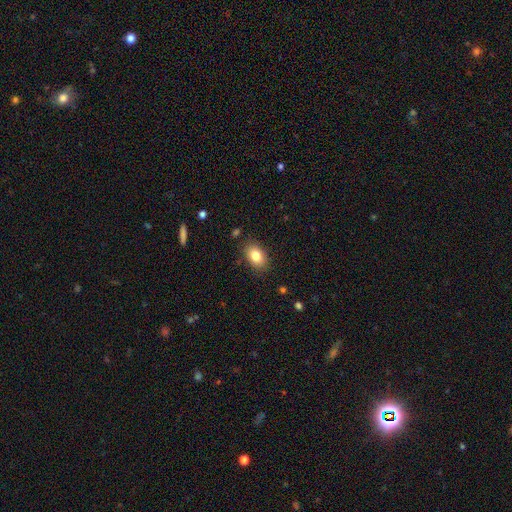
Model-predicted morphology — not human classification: Smooth or featured: smooth — 82% (featured or disk — 9%)
How rounded: in between — 83% (round — 16%)
Merging: none — 85% (minor disturbance — 11%)